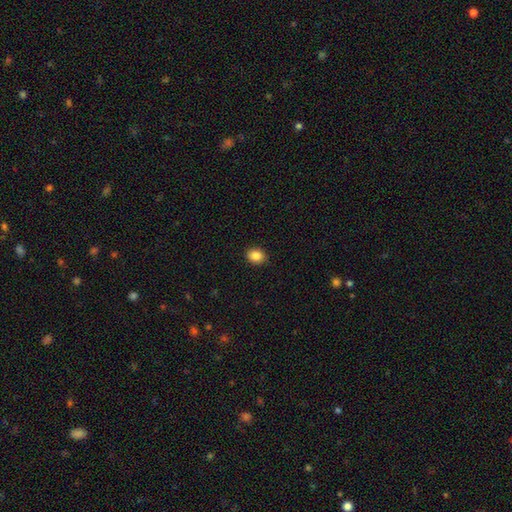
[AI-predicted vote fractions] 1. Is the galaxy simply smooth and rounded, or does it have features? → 86% smooth, 9% star or artifact, 5% featured or disk.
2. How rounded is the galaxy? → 55% in between, 44% round, 1% cigar-shaped.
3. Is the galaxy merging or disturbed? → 90% none, 8% minor disturbance, 2% major disturbance, 1% merger.